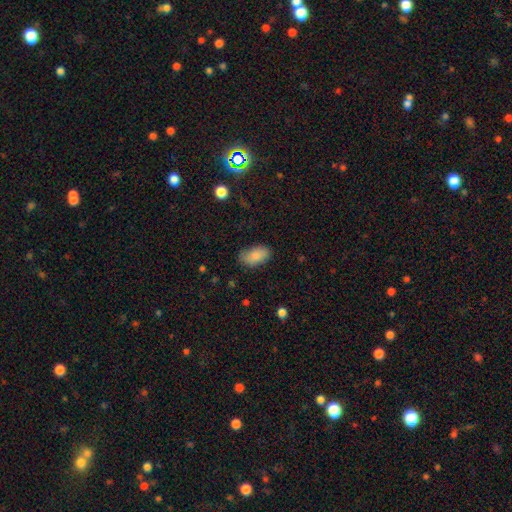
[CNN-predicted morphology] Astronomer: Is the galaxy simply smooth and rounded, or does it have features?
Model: smooth — 86%.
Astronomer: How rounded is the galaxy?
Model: in between — 93%.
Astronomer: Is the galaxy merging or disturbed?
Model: none — 77%.